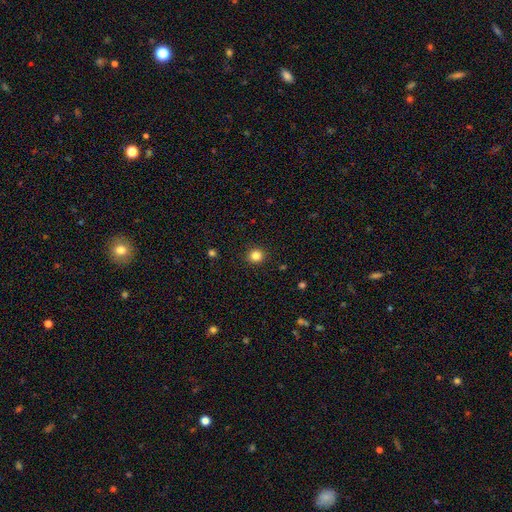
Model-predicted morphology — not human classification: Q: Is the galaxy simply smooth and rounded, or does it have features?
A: smooth — 83%.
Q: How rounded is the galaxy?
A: round — 92%.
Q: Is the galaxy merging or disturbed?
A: none — 92%.